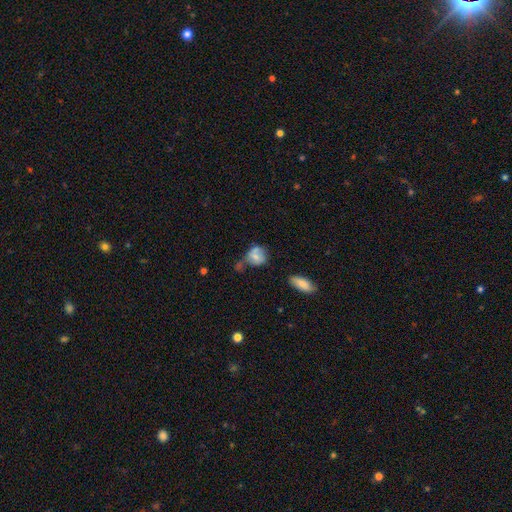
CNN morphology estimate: Smooth or featured? smooth (65%)
How rounded? round (55%)
Merging? none (40%)